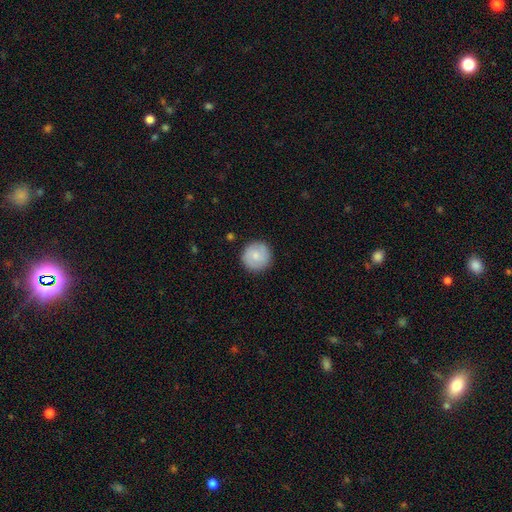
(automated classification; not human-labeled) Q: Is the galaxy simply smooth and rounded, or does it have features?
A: smooth — 76%.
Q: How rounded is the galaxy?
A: round — 95%.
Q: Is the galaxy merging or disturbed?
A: none — 88%.